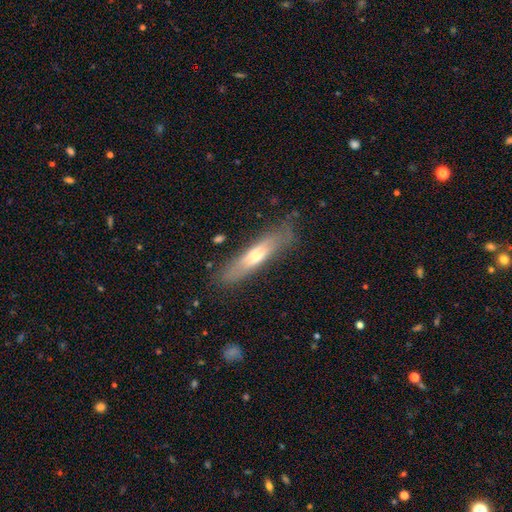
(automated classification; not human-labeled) Smooth or featured? Predicted: smooth (p=0.51). How rounded? Predicted: cigar-shaped (p=0.81). Merging? Predicted: none (p=0.76).